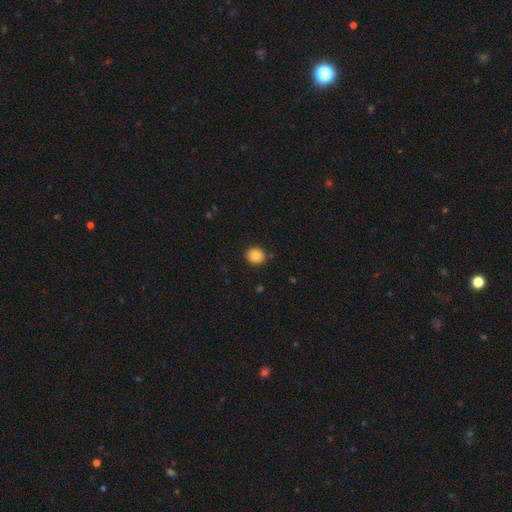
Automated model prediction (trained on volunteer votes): A smooth galaxy with no disk features (84%) that is round (90%).

Vote fractions:
- Smooth or featured? smooth: 84% / star or artifact: 9% / featured or disk: 7%
- How rounded? round: 90% / in between: 9% / cigar-shaped: 1%
- Merging? none: 89% / minor disturbance: 7% / major disturbance: 2% / merger: 1%